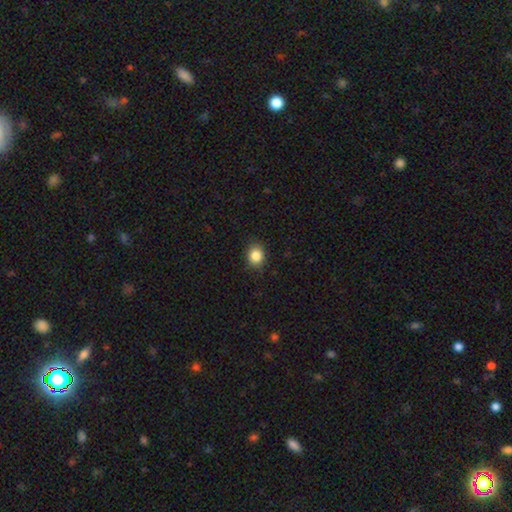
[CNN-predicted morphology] This appears to be a smooth galaxy with no disk features (86%) that is round (64%). Merging: none (87%).